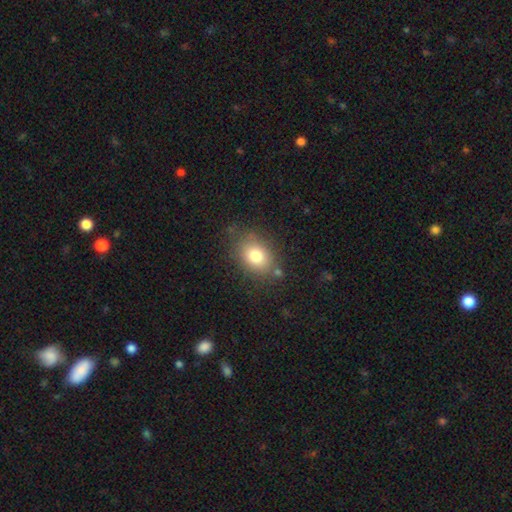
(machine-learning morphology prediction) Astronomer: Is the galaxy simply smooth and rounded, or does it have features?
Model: smooth — 78%.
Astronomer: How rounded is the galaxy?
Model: in between — 64%.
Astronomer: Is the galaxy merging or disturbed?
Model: none — 75%.